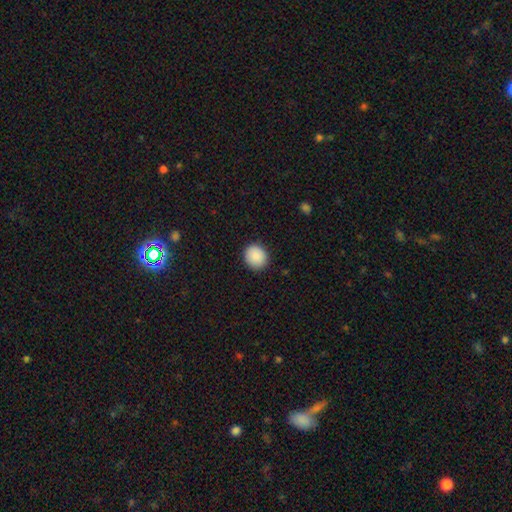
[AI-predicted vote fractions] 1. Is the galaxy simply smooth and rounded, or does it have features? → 90% smooth, 7% star or artifact, 3% featured or disk.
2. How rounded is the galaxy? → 82% round, 17% in between, 1% cigar-shaped.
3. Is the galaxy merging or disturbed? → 91% none, 6% minor disturbance, 2% major disturbance, 1% merger.